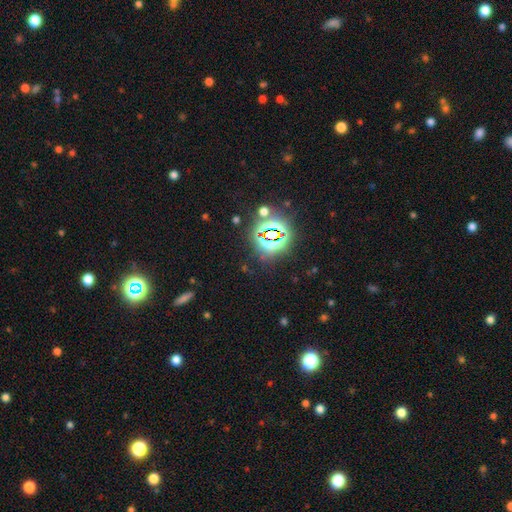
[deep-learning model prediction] Smooth or featured?
  - star or artifact: 80% *
  - smooth: 12%
  - featured or disk: 8%